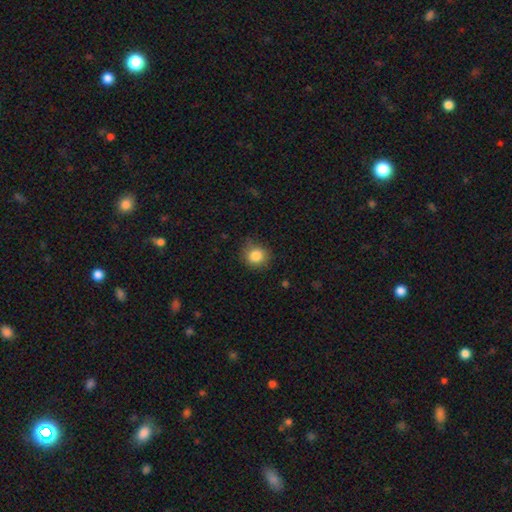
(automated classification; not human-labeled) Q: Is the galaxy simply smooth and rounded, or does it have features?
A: smooth — 84%.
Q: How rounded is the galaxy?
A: round — 84%.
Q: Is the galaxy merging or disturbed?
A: none — 81%.